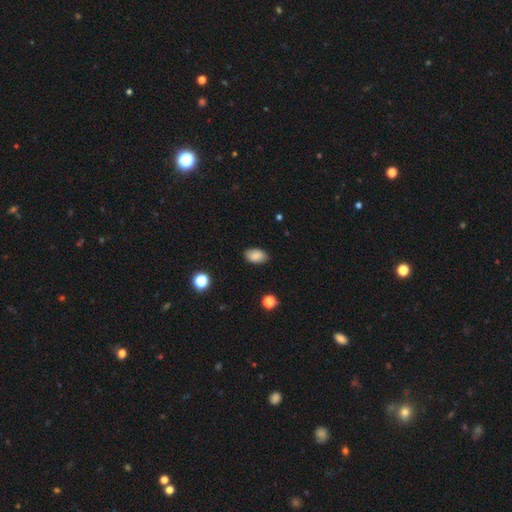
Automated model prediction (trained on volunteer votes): Q: Smooth or featured?
A: smooth (87%); runner-up: star or artifact (8%)
Q: How rounded?
A: in between (90%); runner-up: round (8%)
Q: Merging?
A: none (85%); runner-up: minor disturbance (11%)